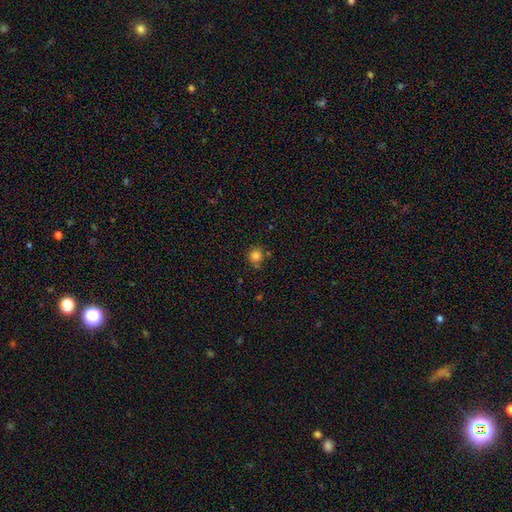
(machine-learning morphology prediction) Smooth or featured: smooth — 82% (star or artifact — 13%)
How rounded: round — 91% (in between — 8%)
Merging: none — 75% (minor disturbance — 13%)